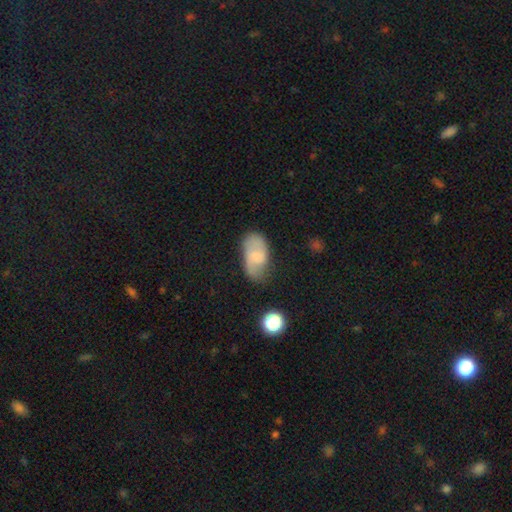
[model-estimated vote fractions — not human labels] Smooth or featured? Predicted: smooth (p=0.53). How rounded? Predicted: in between (p=0.93). Merging? Predicted: none (p=0.61).